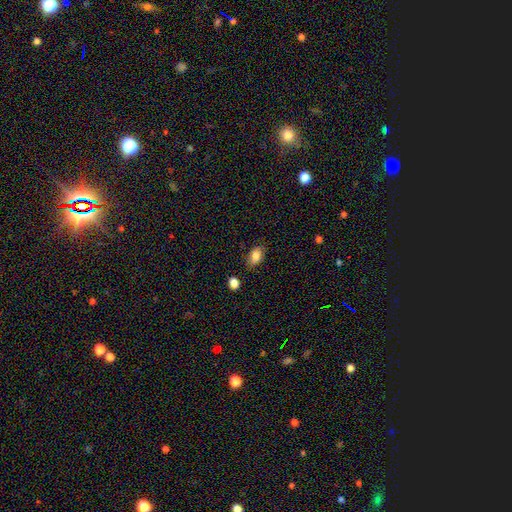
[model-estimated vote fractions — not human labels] The model was most divided on "merging": none: 79%, minor disturbance: 16%, major disturbance: 3%, merger: 2%. More confident: how rounded — in between (86%); smooth or featured — smooth (83%).